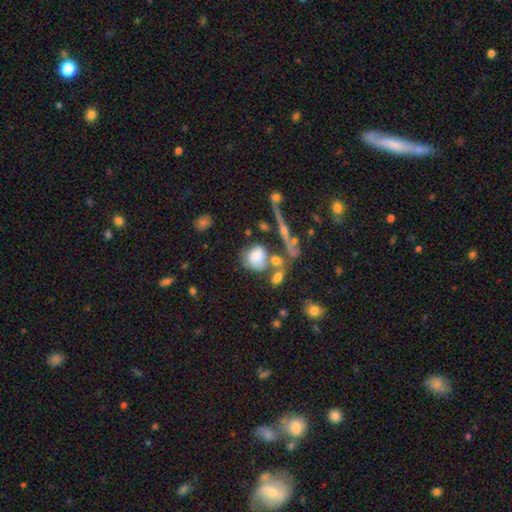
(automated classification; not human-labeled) Smooth or featured: smooth — 68% (featured or disk — 22%)
How rounded: round — 64% (in between — 33%)
Merging: none — 40% (merger — 31%)